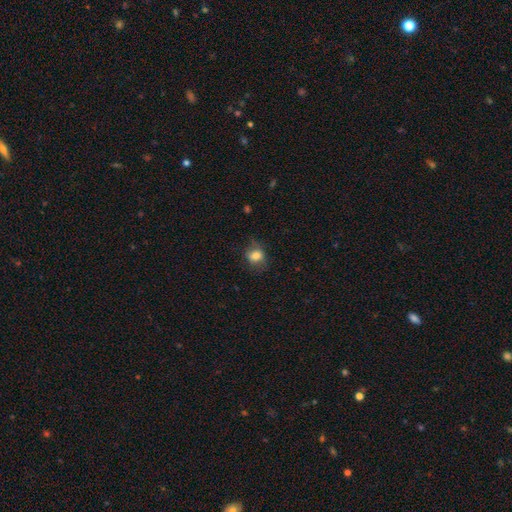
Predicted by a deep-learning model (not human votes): Smooth or featured?
  - smooth: 79% *
  - featured or disk: 11%
  - star or artifact: 10%
How rounded?
  - round: 55% *
  - in between: 44%
  - cigar-shaped: 1%
Merging?
  - none: 66% *
  - minor disturbance: 23%
  - major disturbance: 9%
  - merger: 1%